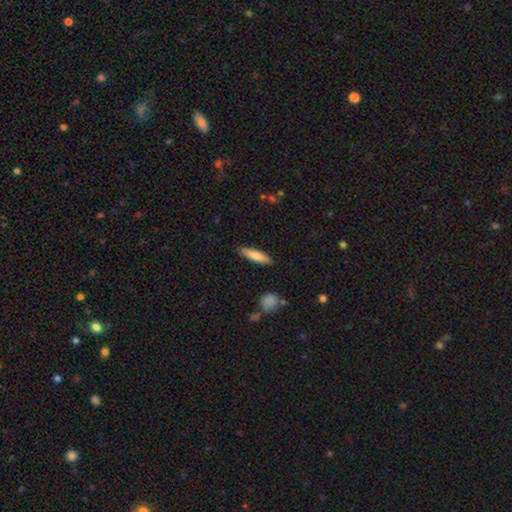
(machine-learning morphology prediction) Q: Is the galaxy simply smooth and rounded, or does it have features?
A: smooth — 78%.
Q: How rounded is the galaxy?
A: cigar-shaped — 75%.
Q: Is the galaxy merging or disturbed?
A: none — 87%.